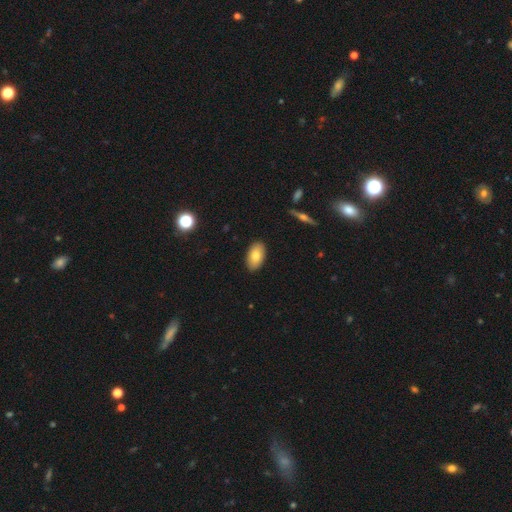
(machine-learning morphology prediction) A smooth galaxy with no disk features (78%) that is in between round and cigar-shaped (94%).

Vote fractions:
- Smooth or featured? smooth: 78% / featured or disk: 14% / star or artifact: 8%
- How rounded? in between: 94% / round: 4% / cigar-shaped: 2%
- Merging? none: 89% / minor disturbance: 9% / major disturbance: 2% / merger: 1%